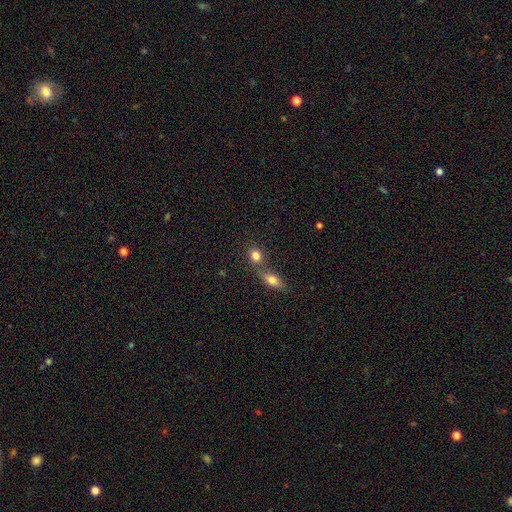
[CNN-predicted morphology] Q: Smooth or featured?
A: smooth (82%); runner-up: star or artifact (10%)
Q: How rounded?
A: round (58%); runner-up: in between (40%)
Q: Merging?
A: merger (45%); runner-up: none (44%)